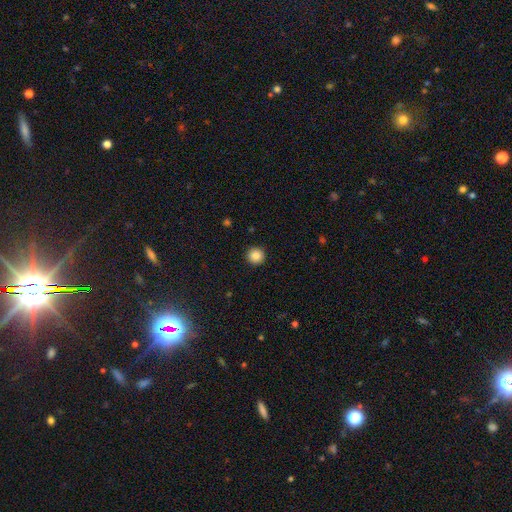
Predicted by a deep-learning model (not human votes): Smooth or featured? Predicted: smooth (p=0.86). How rounded? Predicted: round (p=0.96). Merging? Predicted: none (p=0.93).